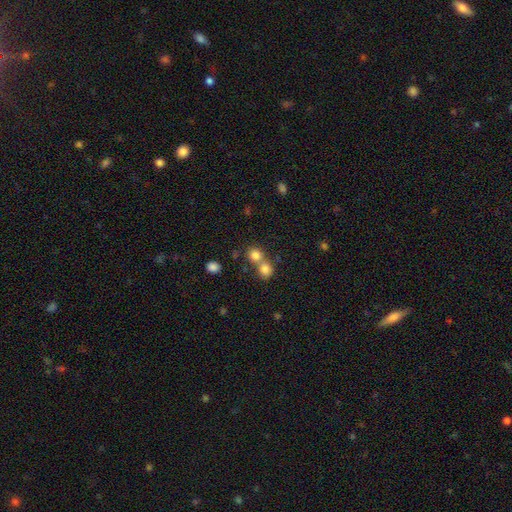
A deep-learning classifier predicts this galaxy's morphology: Smooth or featured: smooth — 81% (star or artifact — 12%)
How rounded: round — 83% (in between — 16%)
Merging: none — 46% (tied with merger — 46%)